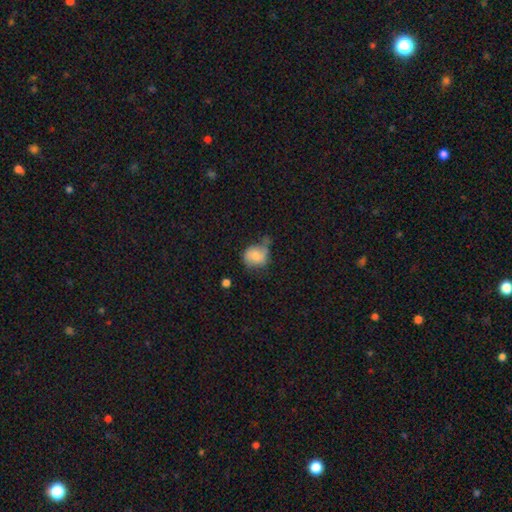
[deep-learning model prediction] smooth_or_featured: smooth (p=0.64) [alt: featured or disk p=0.27]
how_rounded: round (p=0.65) [alt: in between p=0.34]
merging: none (p=0.43) [alt: minor disturbance p=0.33]